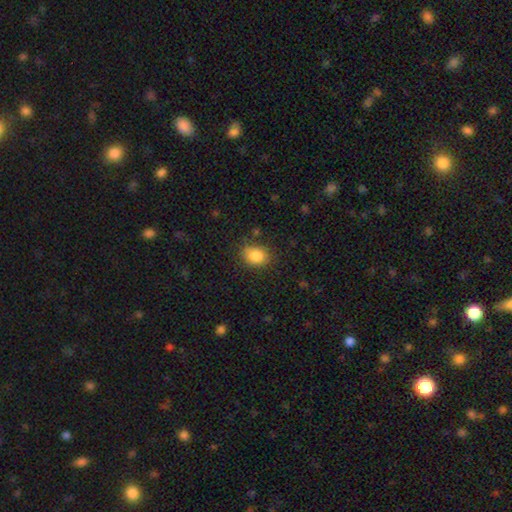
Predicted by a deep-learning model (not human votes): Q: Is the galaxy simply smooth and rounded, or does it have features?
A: smooth — 85%.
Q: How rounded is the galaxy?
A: in between — 59%.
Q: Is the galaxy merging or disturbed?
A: none — 80%.